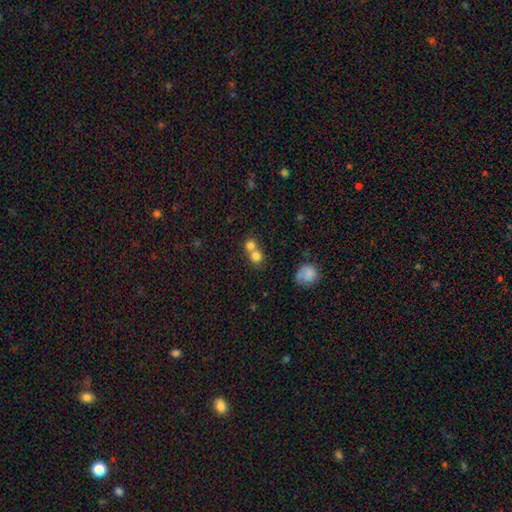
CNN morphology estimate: Smooth or featured? smooth (75%)
How rounded? round (83%)
Merging? merger (59%)